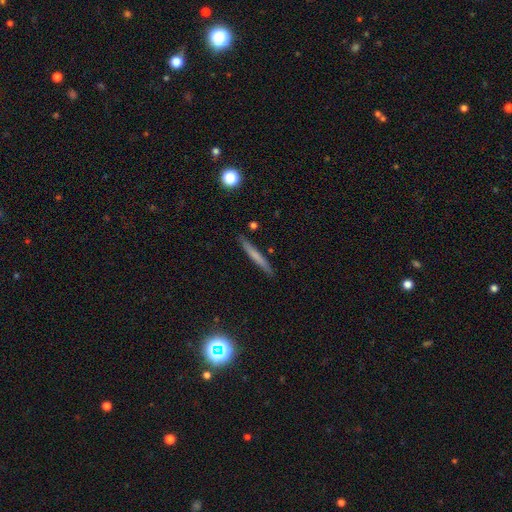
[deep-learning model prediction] Q: Smooth or featured?
A: smooth (60%); runner-up: featured or disk (32%)
Q: How rounded?
A: cigar-shaped (95%); runner-up: in between (3%)
Q: Merging?
A: none (87%); runner-up: minor disturbance (9%)